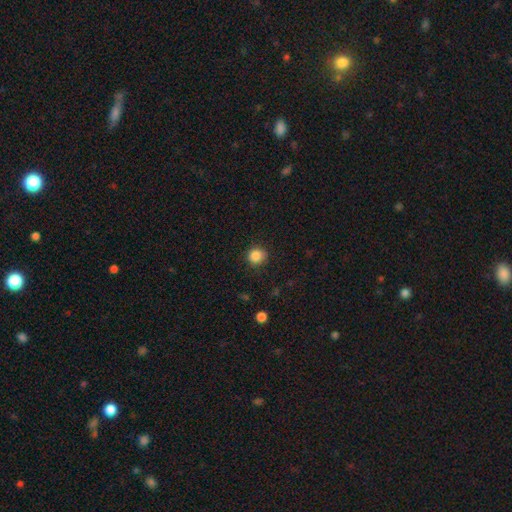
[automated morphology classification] This appears to be a smooth galaxy with no disk features (86%) that is round (90%). Merging: none (86%).